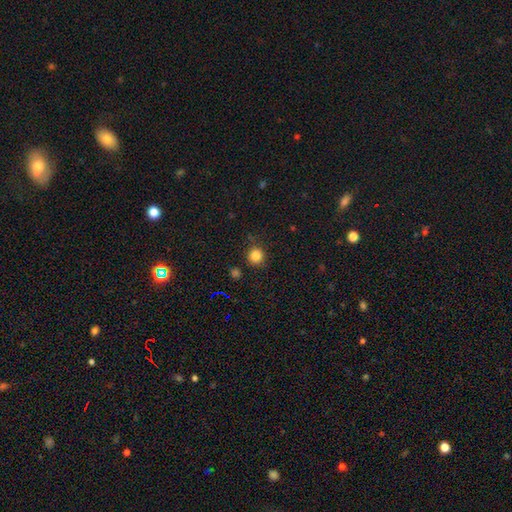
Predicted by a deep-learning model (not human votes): Smooth or featured? smooth (83%)
How rounded? round (91%)
Merging? none (85%)